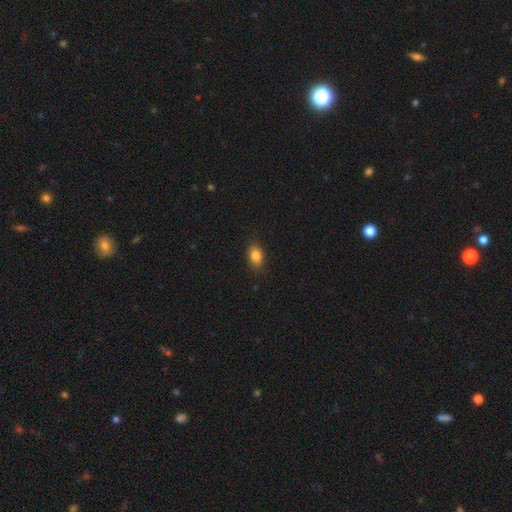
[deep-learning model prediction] Q: Smooth or featured?
A: smooth (84%); runner-up: star or artifact (9%)
Q: How rounded?
A: in between (76%); runner-up: round (21%)
Q: Merging?
A: none (84%); runner-up: minor disturbance (12%)